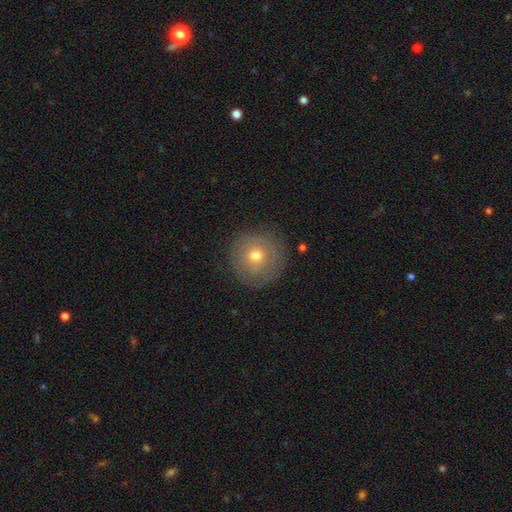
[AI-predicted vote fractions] smooth 59%, featured or disk 30%, star or artifact 11%. Down the decision tree: how rounded — round (95%); merging — none (84%).